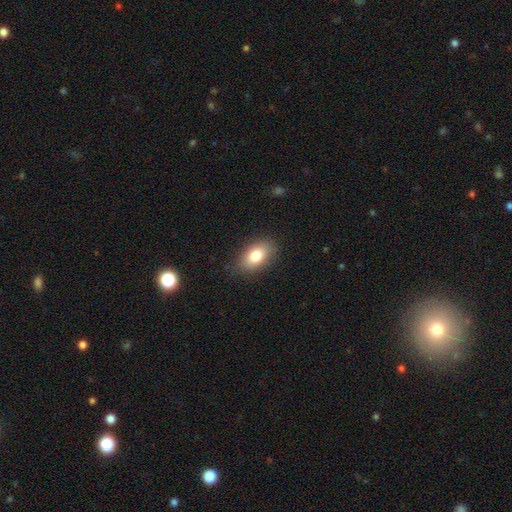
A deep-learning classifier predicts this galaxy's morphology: Smooth or featured? smooth (81%)
How rounded? in between (90%)
Merging? none (84%)